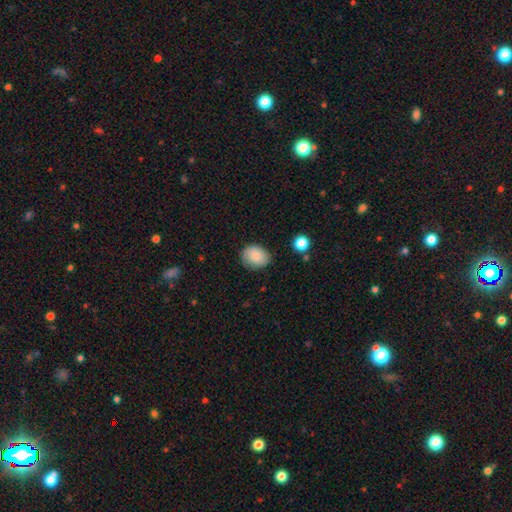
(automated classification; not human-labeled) The model was most divided on "how rounded": round: 54%, in between: 45%, cigar-shaped: 1%. More confident: smooth or featured — smooth (82%); merging — none (76%).